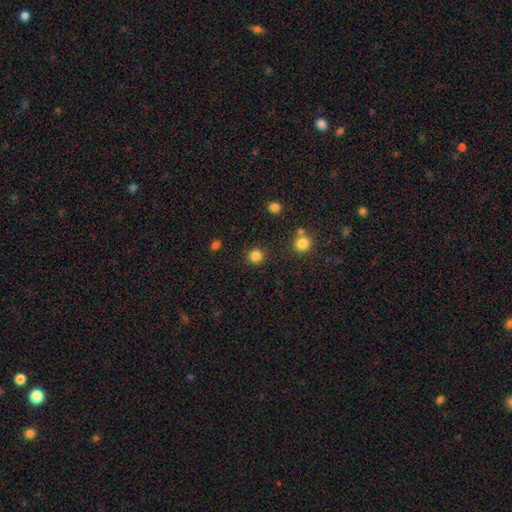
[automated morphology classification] Q: Smooth or featured?
A: smooth (83%); runner-up: star or artifact (13%)
Q: How rounded?
A: round (93%); runner-up: in between (6%)
Q: Merging?
A: none (88%); runner-up: minor disturbance (6%)